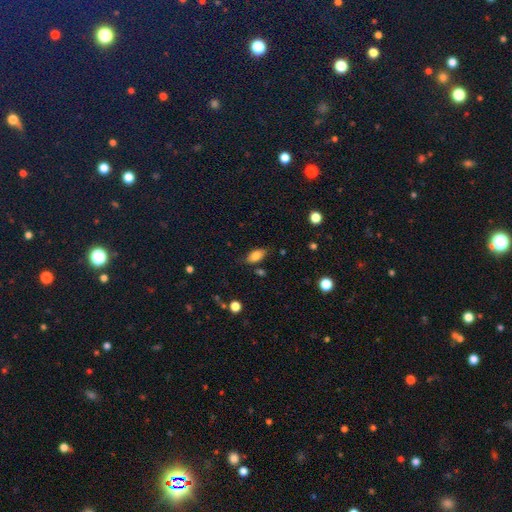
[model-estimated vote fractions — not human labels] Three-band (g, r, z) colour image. It shows a smooth galaxy with no disk features (81%) that is in between round and cigar-shaped (90%). Merging: none (76%).